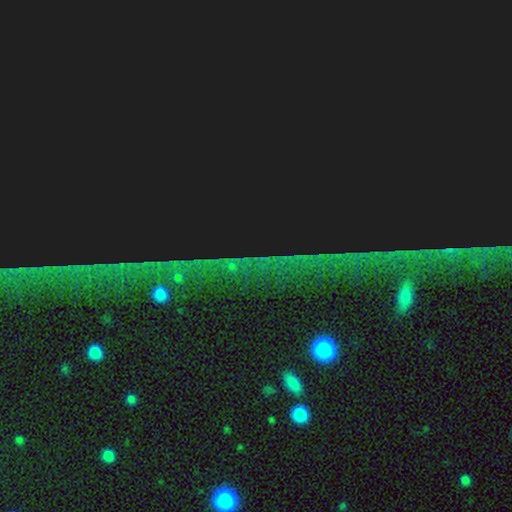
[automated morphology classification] A star or artifact, not a galaxy (83%).